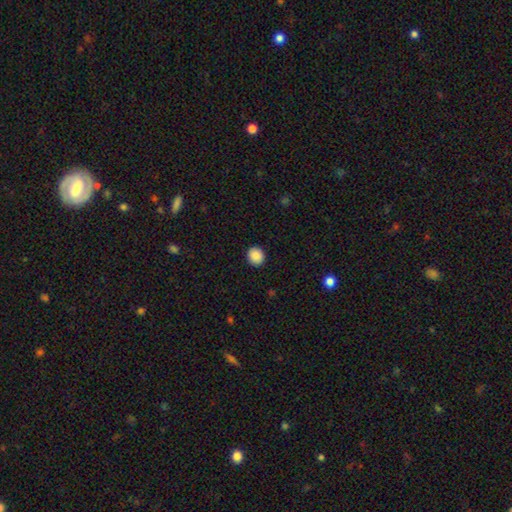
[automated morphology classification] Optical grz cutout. It shows a smooth galaxy with no disk features (88%) that is round (82%). Merging: none (92%).